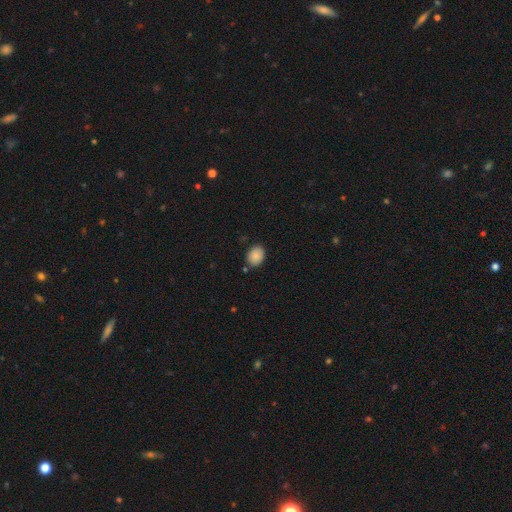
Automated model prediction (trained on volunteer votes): A smooth galaxy with no disk features (86%) that is in between round and cigar-shaped (58%). Merging: none (82%).